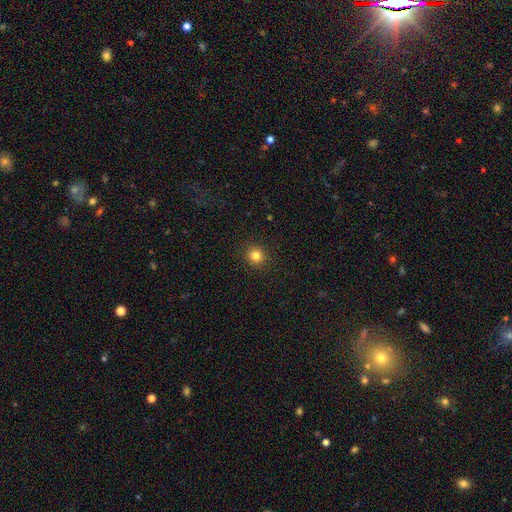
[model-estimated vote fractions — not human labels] This appears to be a smooth galaxy with no disk features (82%) that is round (93%). Merging: none (92%).